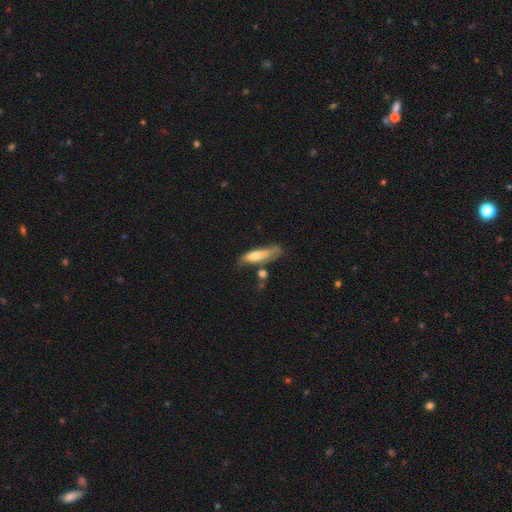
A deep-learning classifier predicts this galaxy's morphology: Smooth or featured? Predicted: smooth (p=0.62). How rounded? Predicted: cigar-shaped (p=0.58). Merging? Predicted: none (p=0.43).